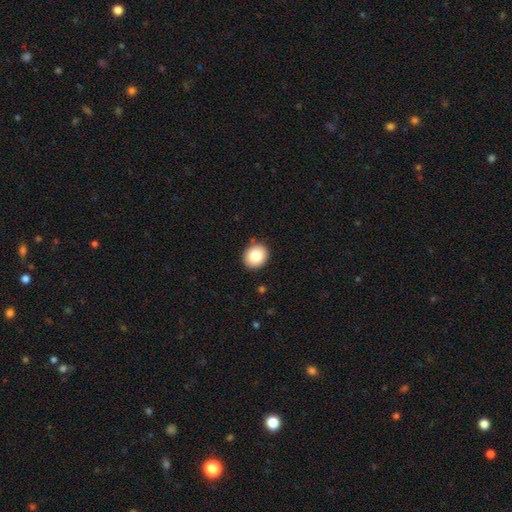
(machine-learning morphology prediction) This appears to be a smooth galaxy with no disk features (83%) that is round (75%). Merging: none (89%).